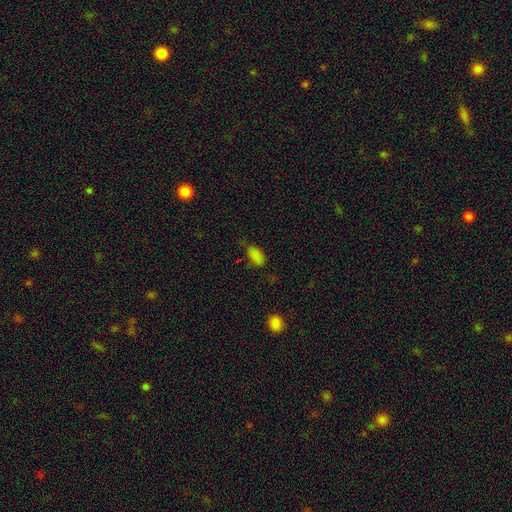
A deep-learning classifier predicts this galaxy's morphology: Overall: smooth (79%). How rounded: in between (92%). Merging: none (63%; minor disturbance 26%).